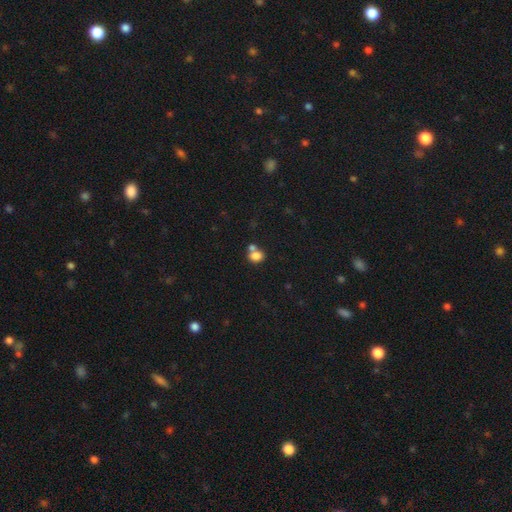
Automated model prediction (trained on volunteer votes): smooth-or-featured: smooth: 81% | star or artifact: 11% | featured or disk: 8%
  how-rounded: in between: 50% | round: 49% | cigar-shaped: 1%
  merging: merger: 44% | none: 42% | minor disturbance: 10% | major disturbance: 4%